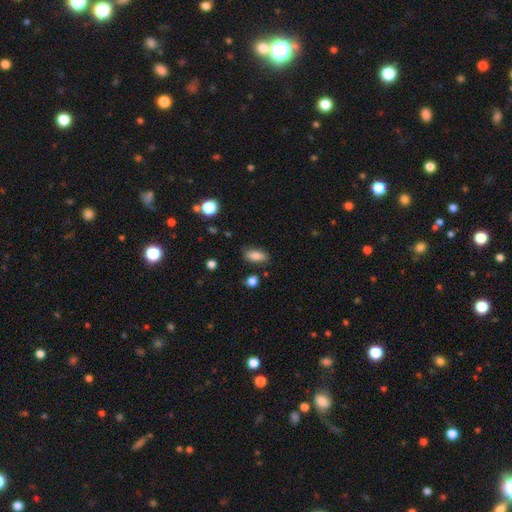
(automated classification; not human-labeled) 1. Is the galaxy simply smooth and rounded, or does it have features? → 80% smooth, 11% featured or disk, 8% star or artifact.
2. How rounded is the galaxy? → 83% in between, 13% cigar-shaped, 5% round.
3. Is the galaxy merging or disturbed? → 78% none, 16% minor disturbance, 3% major disturbance, 3% merger.